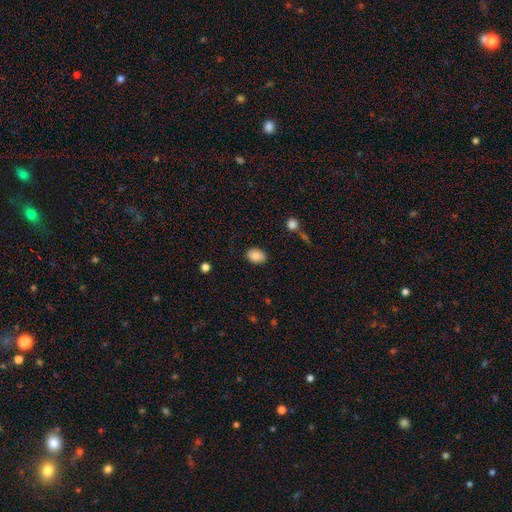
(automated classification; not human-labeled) This appears to be a smooth galaxy with no disk features (85%) that is in between round and cigar-shaped (79%). Merging: none (83%).